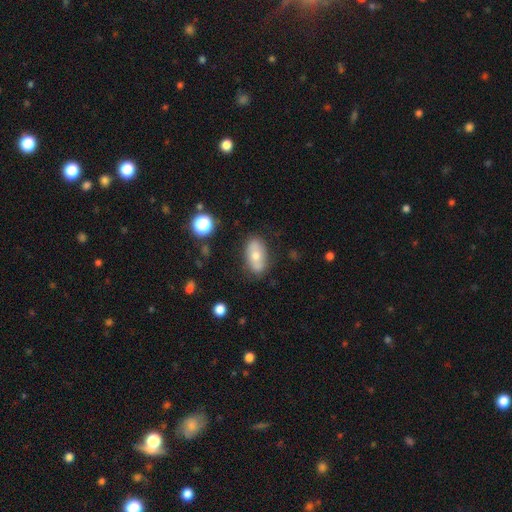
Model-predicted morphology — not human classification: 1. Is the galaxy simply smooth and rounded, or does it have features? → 61% smooth, 31% featured or disk, 8% star or artifact.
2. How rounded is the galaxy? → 89% in between, 7% round, 4% cigar-shaped.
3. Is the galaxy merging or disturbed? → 77% none, 16% minor disturbance, 4% major disturbance, 3% merger.